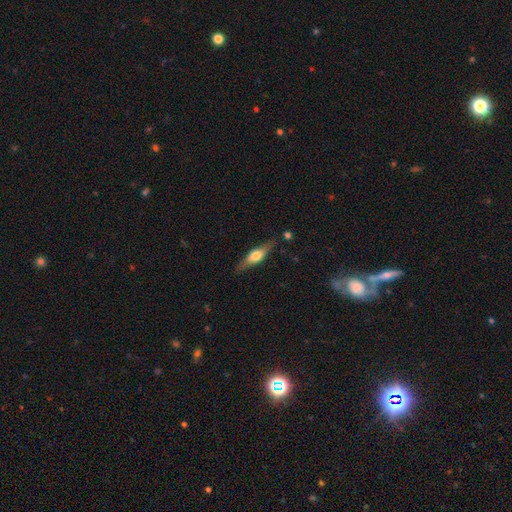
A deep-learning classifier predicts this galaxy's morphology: featured or disk 53%, smooth 41%, star or artifact 6%. Down the decision tree: edge-on disk — yes (91%); merging — none (80%).